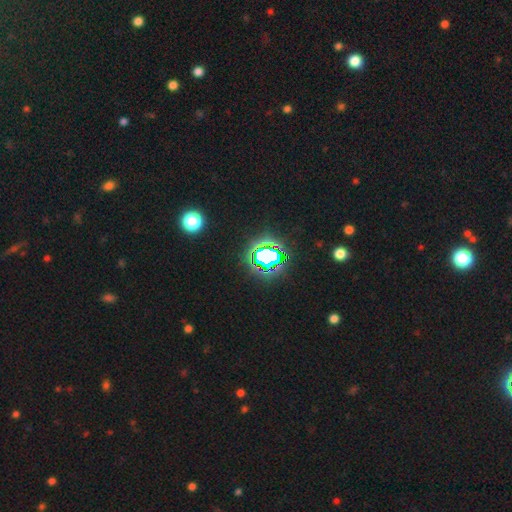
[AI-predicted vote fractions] Morphology: type=star or artifact (82%).